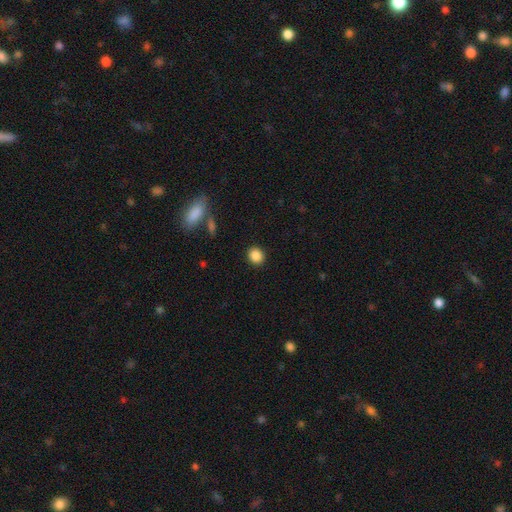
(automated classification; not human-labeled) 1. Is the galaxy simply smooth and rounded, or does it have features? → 87% smooth, 9% star or artifact, 4% featured or disk.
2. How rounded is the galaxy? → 76% round, 23% in between, 1% cigar-shaped.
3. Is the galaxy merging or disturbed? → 90% none, 6% minor disturbance, 2% major disturbance, 2% merger.